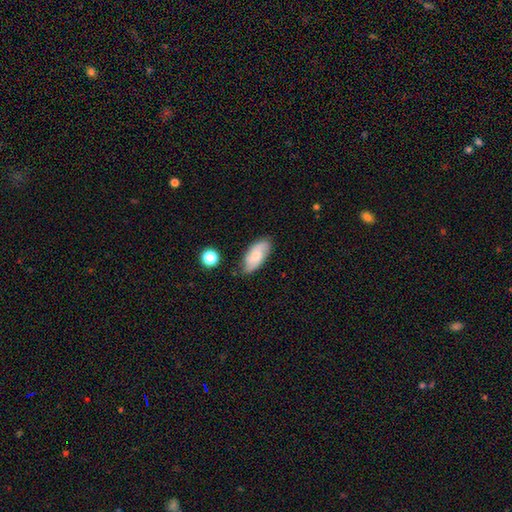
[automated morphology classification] Smooth or featured? Predicted: smooth (p=0.49). Merging? Predicted: none (p=0.76).